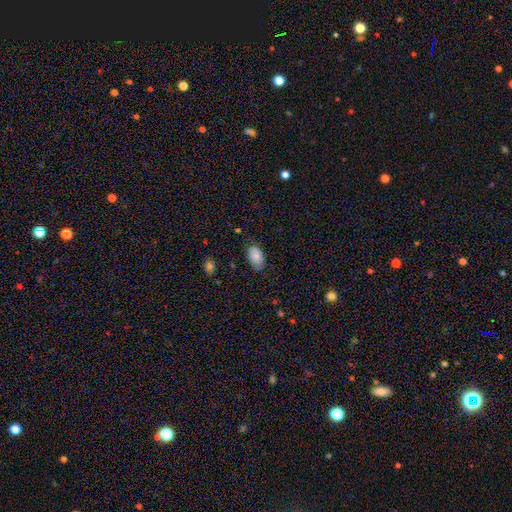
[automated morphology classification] smooth-or-featured: smooth: 84% | featured or disk: 9% | star or artifact: 7%
  how-rounded: in between: 93% | round: 6% | cigar-shaped: 1%
  merging: none: 73% | minor disturbance: 21% | major disturbance: 4% | merger: 1%